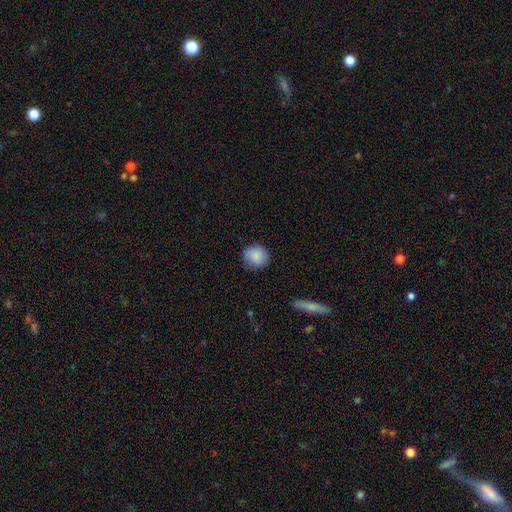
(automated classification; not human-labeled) A smooth galaxy with no disk features (85%) that is round (84%).

Vote fractions:
- Smooth or featured? smooth: 85% / featured or disk: 8% / star or artifact: 7%
- How rounded? round: 84% / in between: 15% / cigar-shaped: 1%
- Merging? none: 80% / minor disturbance: 15% / major disturbance: 3% / merger: 1%